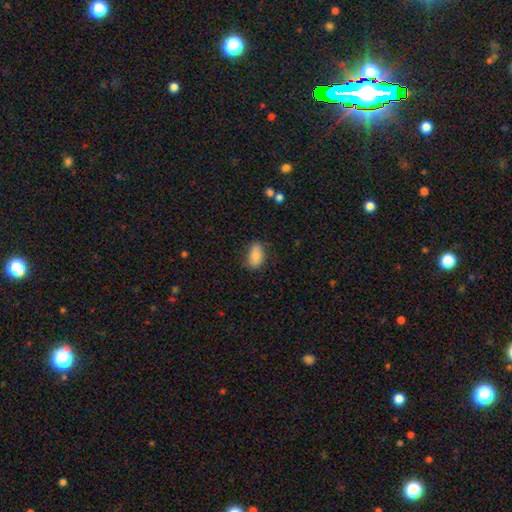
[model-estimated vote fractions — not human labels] Smooth or featured? smooth (84%)
How rounded? in between (90%)
Merging? none (75%)